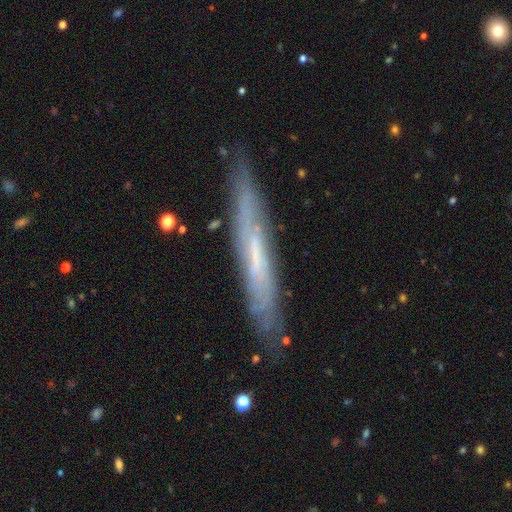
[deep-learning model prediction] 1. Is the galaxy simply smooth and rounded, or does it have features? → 60% featured or disk, 33% smooth, 7% star or artifact.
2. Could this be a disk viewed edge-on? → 77% yes, 23% no.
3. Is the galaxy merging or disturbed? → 82% none, 13% minor disturbance, 3% major disturbance, 2% merger.